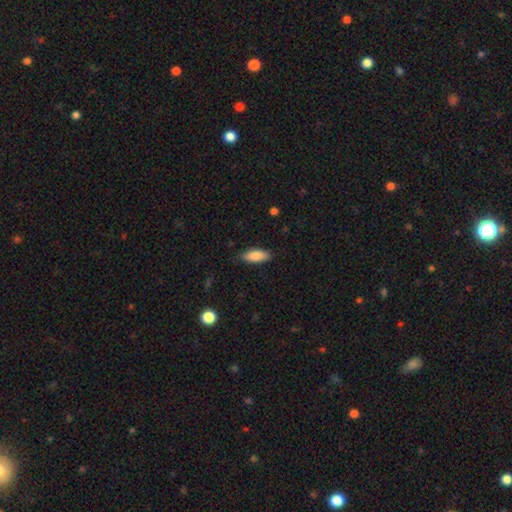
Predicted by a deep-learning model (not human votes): A smooth galaxy with no disk features (86%) that is in between round and cigar-shaped (73%).

Vote fractions:
- Smooth or featured? smooth: 86% / featured or disk: 8% / star or artifact: 6%
- How rounded? in between: 73% / cigar-shaped: 25% / round: 2%
- Merging? none: 81% / minor disturbance: 15% / major disturbance: 3% / merger: 1%